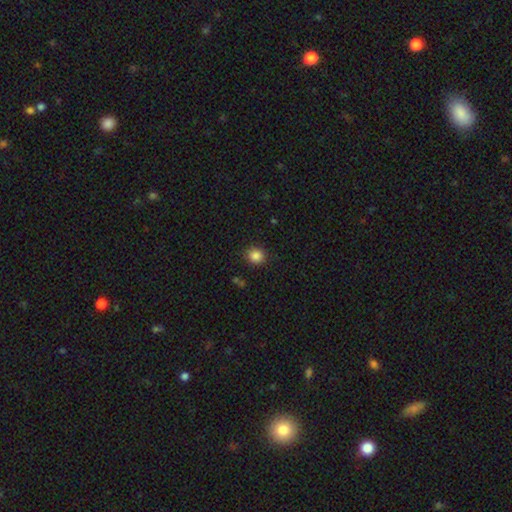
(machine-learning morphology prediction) type=smooth (86%); roundness=round (82%); merging=none (86%).